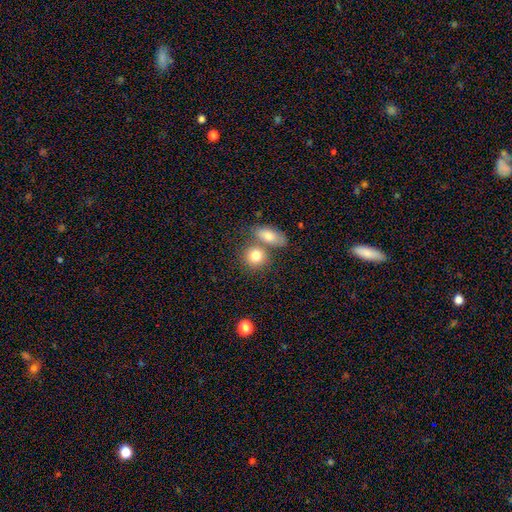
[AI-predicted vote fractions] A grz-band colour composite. It shows a smooth galaxy with no disk features (81%) that is round (66%). Merging: none (52%).